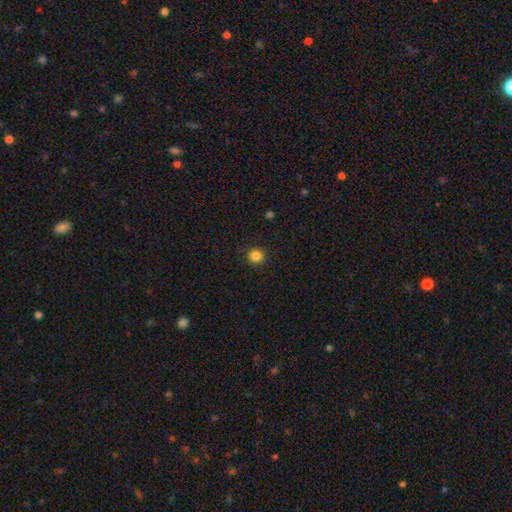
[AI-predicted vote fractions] Q: Smooth or featured?
A: smooth (85%); runner-up: star or artifact (12%)
Q: How rounded?
A: round (93%); runner-up: in between (6%)
Q: Merging?
A: none (91%); runner-up: minor disturbance (6%)